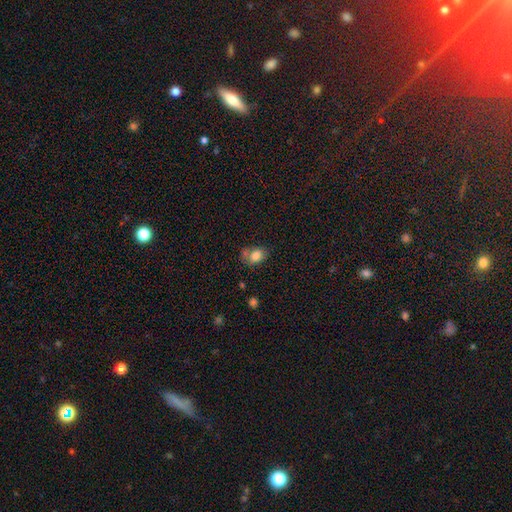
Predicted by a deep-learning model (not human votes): smooth_or_featured: smooth (p=0.80) [alt: featured or disk p=0.10]
how_rounded: in between (p=0.68) [alt: round p=0.31]
merging: none (p=0.45) [alt: merger p=0.24]